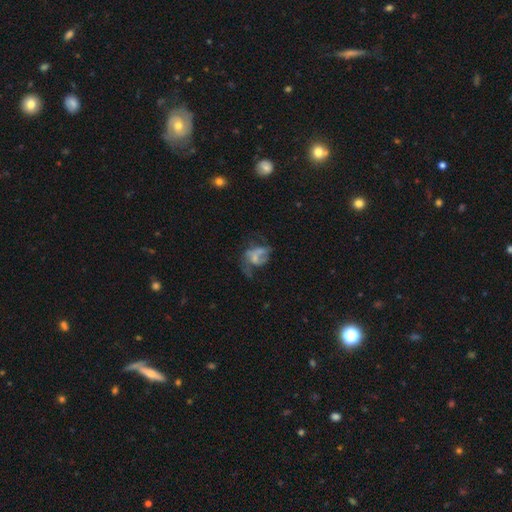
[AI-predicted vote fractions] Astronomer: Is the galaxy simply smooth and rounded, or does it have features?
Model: featured or disk — 50% (runner-up: smooth, 36%).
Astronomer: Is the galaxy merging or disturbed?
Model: major disturbance — 46% (runner-up: none, 25%).